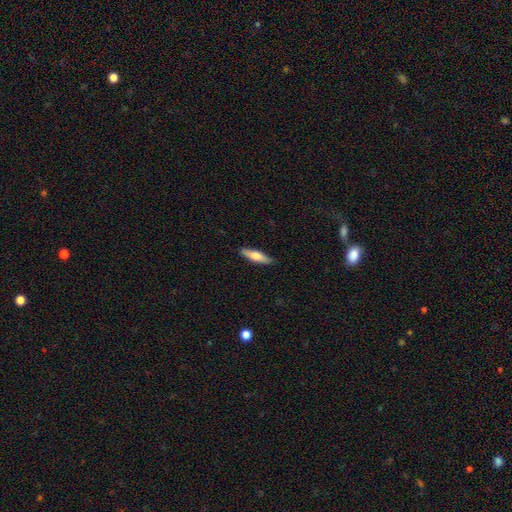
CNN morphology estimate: Smooth or featured? Predicted: smooth (p=0.65). How rounded? Predicted: cigar-shaped (p=0.68). Merging? Predicted: none (p=0.87).